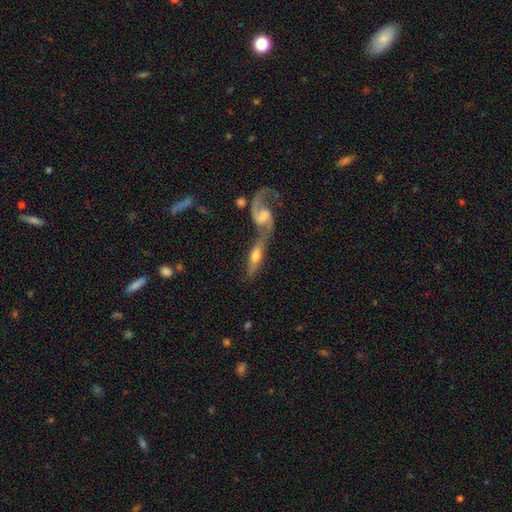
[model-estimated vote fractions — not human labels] A featured or disk galaxy (62%). Merging: merger (56%).